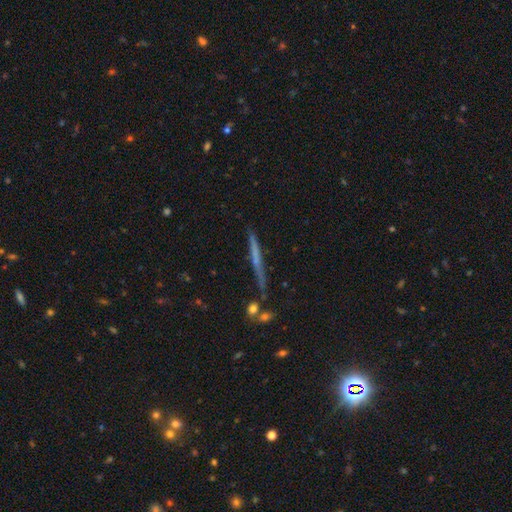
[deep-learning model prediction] Overall: featured or disk (56%; smooth 35%). Edge-on disk: yes (96%). Edge-on bulge: none (76%). Merging: none (81%).